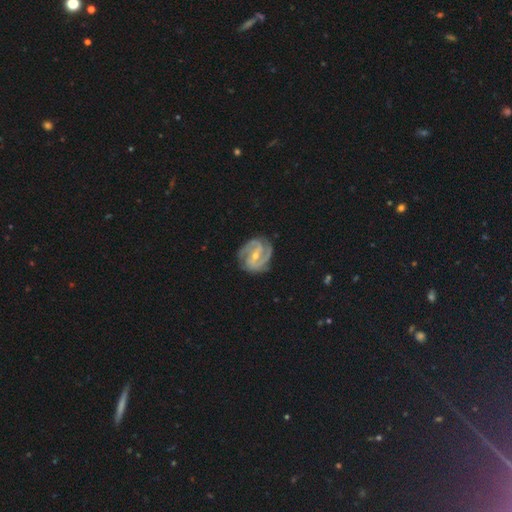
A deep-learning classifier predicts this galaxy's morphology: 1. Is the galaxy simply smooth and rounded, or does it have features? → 92% featured or disk, 5% smooth, 4% star or artifact.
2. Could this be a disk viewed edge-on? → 98% no, 2% yes.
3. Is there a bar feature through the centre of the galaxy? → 43% weak, 39% strong, 18% no.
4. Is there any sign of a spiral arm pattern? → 98% yes, 2% no.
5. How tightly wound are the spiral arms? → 48% tight, 45% medium, 8% loose.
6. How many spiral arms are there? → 69% 2, 19% 3, 5% can't tell, 3% 4, 2% 1, 2% more than 4.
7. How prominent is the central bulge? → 52% small, 45% moderate, 1% none, 1% large, 1% dominant.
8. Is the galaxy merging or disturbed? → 80% none, 14% minor disturbance, 4% major disturbance, 1% merger.